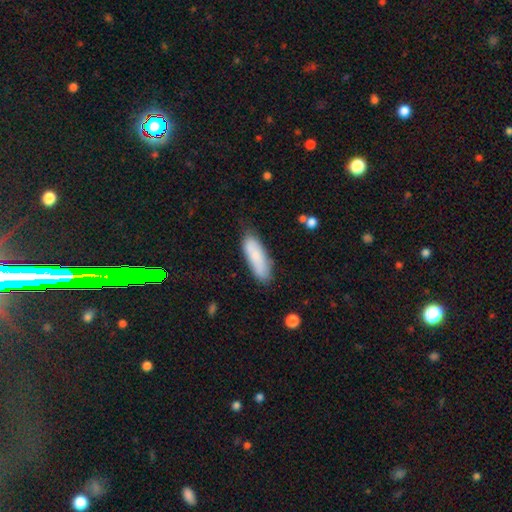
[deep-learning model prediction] Smooth or featured? Predicted: smooth (p=0.79). How rounded? Predicted: in between (p=0.52). Merging? Predicted: none (p=0.74).